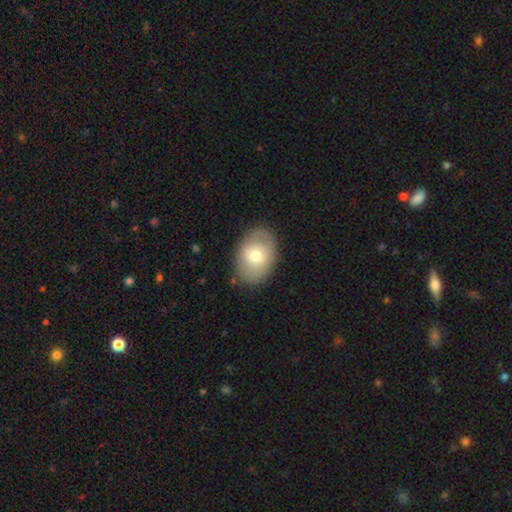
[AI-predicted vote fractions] Overall: smooth (66%; featured or disk 27%). How rounded: in between (79%). Merging: none (81%).